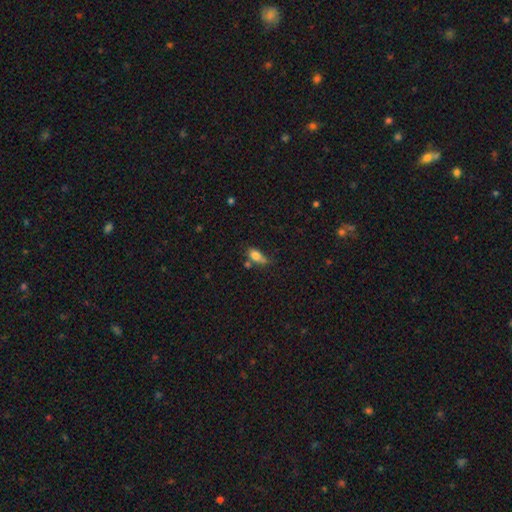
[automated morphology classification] Q: Smooth or featured?
A: smooth (79%); runner-up: featured or disk (11%)
Q: How rounded?
A: in between (84%); runner-up: round (8%)
Q: Merging?
A: none (47%); runner-up: minor disturbance (25%)